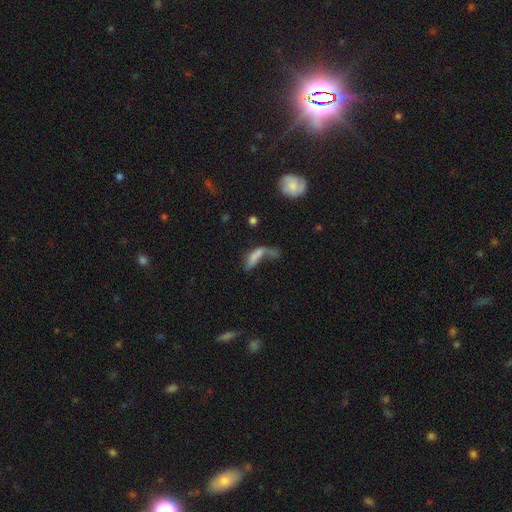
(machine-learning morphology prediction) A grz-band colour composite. It shows a smooth galaxy with no disk features (57%) that is in between round and cigar-shaped (55%). Merging: major disturbance (38%).